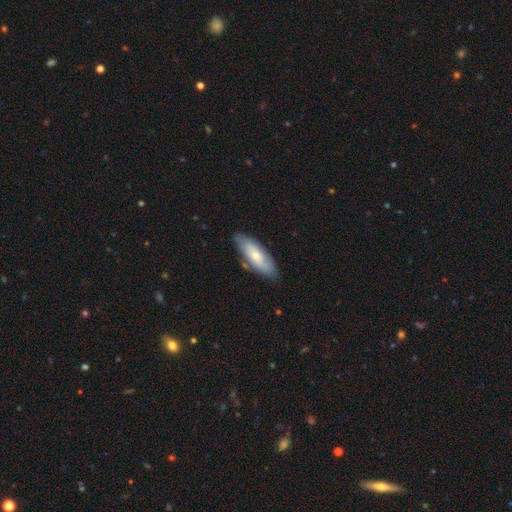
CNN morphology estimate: Smooth or featured?
  - smooth: 60% *
  - featured or disk: 34%
  - star or artifact: 6%
How rounded?
  - in between: 64% *
  - cigar-shaped: 34%
  - round: 2%
Merging?
  - none: 77% *
  - minor disturbance: 16%
  - merger: 3%
  - major disturbance: 3%